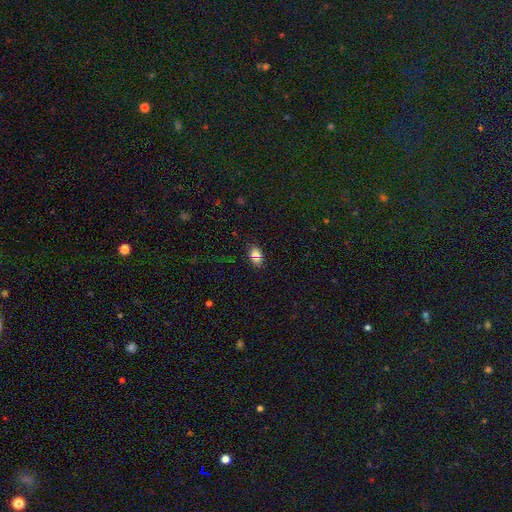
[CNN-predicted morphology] Q: Smooth or featured?
A: smooth (70%); runner-up: star or artifact (20%)
Q: How rounded?
A: in between (76%); runner-up: round (21%)
Q: Merging?
A: none (75%); runner-up: minor disturbance (13%)